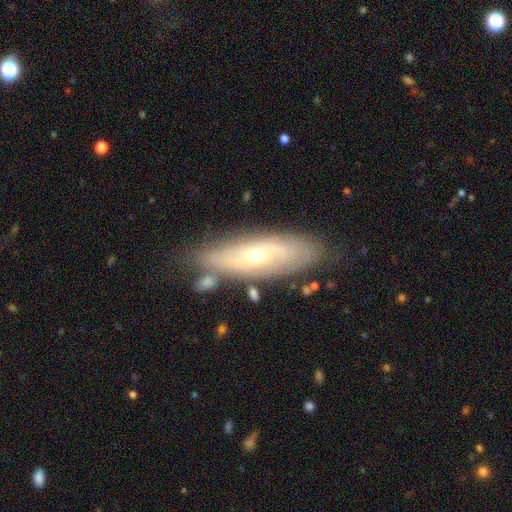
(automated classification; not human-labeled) This appears to be a featured or disk galaxy (62%). Merging: none (75%).